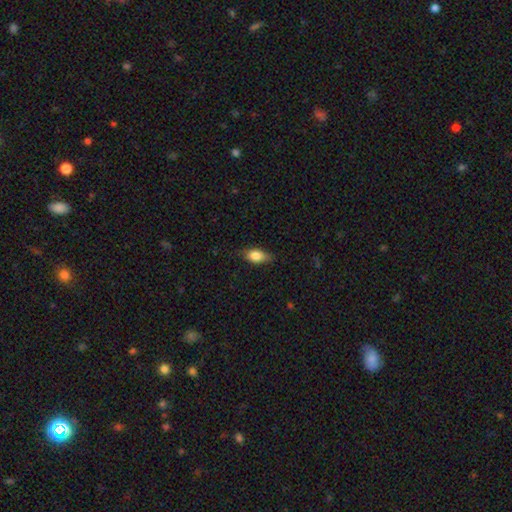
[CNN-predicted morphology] smooth-or-featured: smooth: 80% | featured or disk: 13% | star or artifact: 8%
  how-rounded: in between: 84% | round: 8% | cigar-shaped: 8%
  merging: none: 75% | minor disturbance: 21% | major disturbance: 4% | merger: 1%